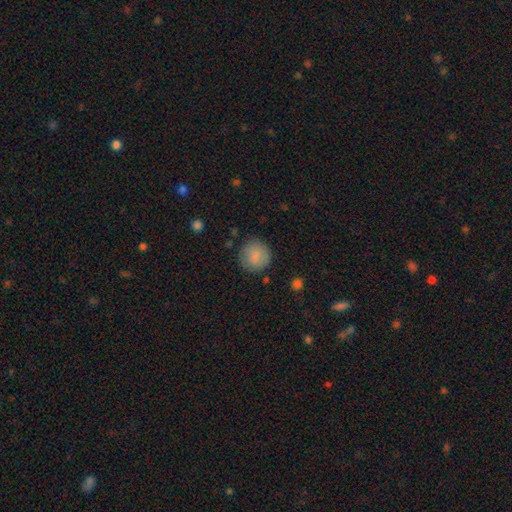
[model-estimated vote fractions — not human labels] smooth 85%, star or artifact 7%, featured or disk 7%. Down the decision tree: how rounded — round (92%); merging — none (84%).